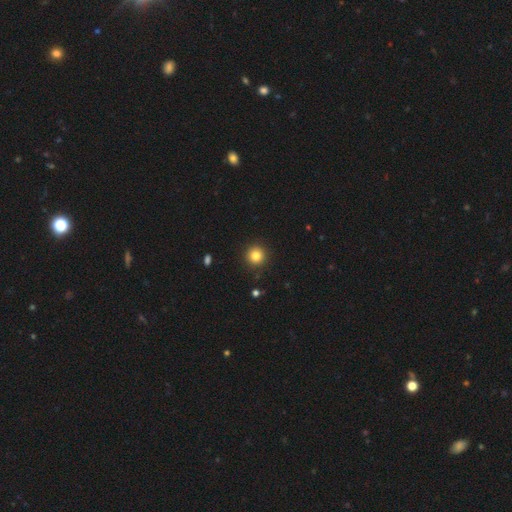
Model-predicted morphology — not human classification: Smooth or featured: smooth — 83% (star or artifact — 12%)
How rounded: round — 95% (in between — 4%)
Merging: none — 92% (minor disturbance — 5%)